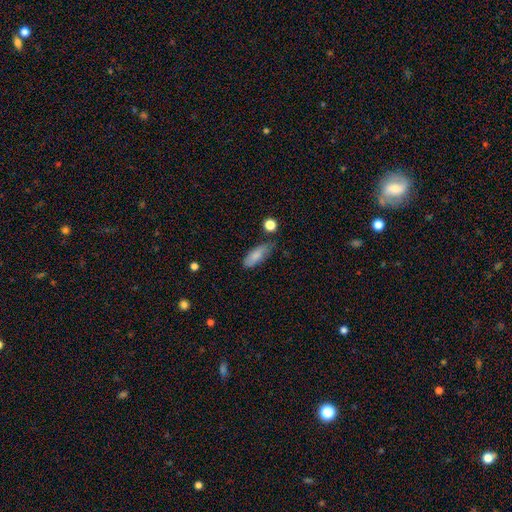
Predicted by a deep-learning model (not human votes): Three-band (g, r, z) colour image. It shows a smooth galaxy with no disk features (81%) that is in between round and cigar-shaped (75%). Merging: none (56%).